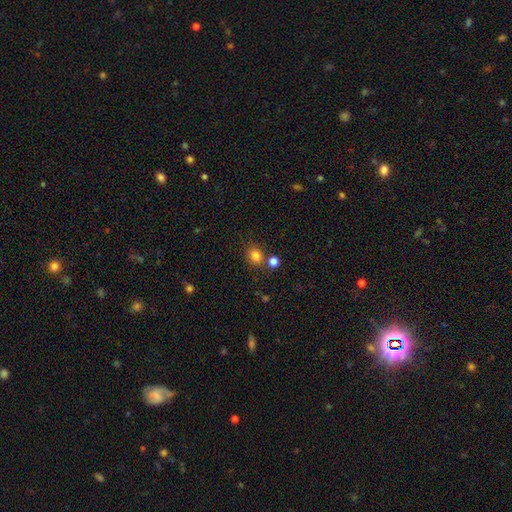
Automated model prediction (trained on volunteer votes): The model was most divided on "how rounded": round: 67%, in between: 32%, cigar-shaped: 1%. More confident: smooth or featured — smooth (82%); merging — none (70%).